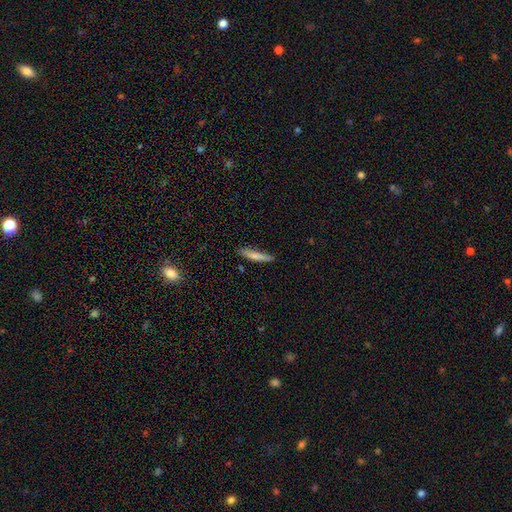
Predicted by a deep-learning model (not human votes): Overall: smooth (76%). How rounded: cigar-shaped (89%). Merging: none (76%).